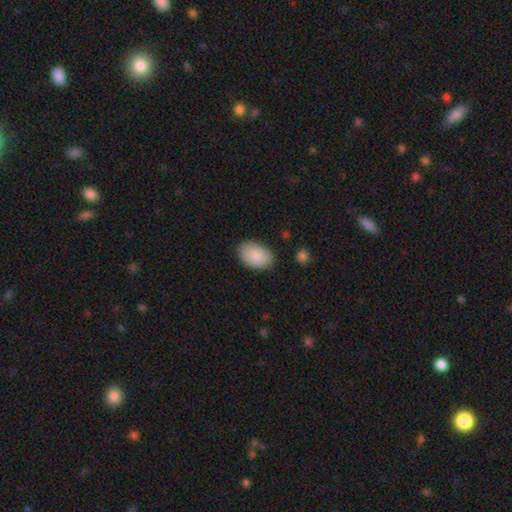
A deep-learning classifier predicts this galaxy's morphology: Smooth or featured?
  - smooth: 88% *
  - star or artifact: 6%
  - featured or disk: 6%
How rounded?
  - in between: 91% *
  - round: 8%
  - cigar-shaped: 1%
Merging?
  - none: 82% *
  - minor disturbance: 14%
  - major disturbance: 3%
  - merger: 2%